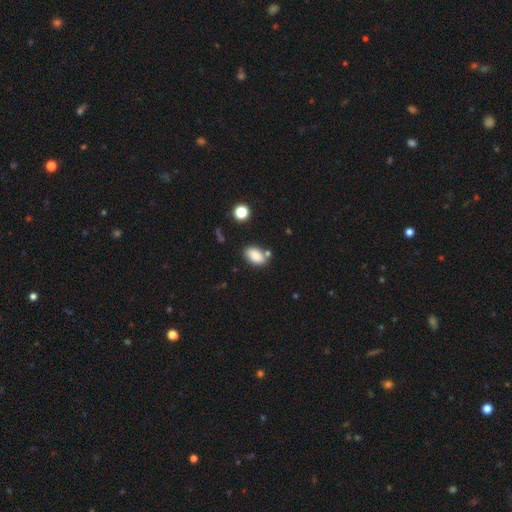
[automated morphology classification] The model was most divided on "merging": none: 70%, minor disturbance: 15%, merger: 11%, major disturbance: 4%. More confident: how rounded — in between (90%); smooth or featured — smooth (86%).